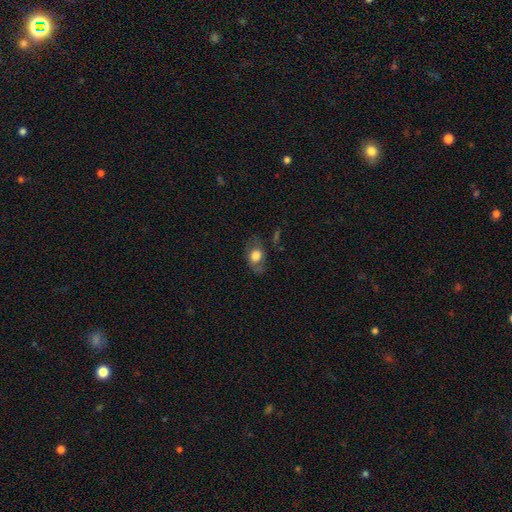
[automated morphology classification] smooth_or_featured: smooth (p=0.66) [alt: featured or disk p=0.26]
how_rounded: in between (p=0.76) [alt: round p=0.22]
merging: none (p=0.66) [alt: minor disturbance p=0.21]